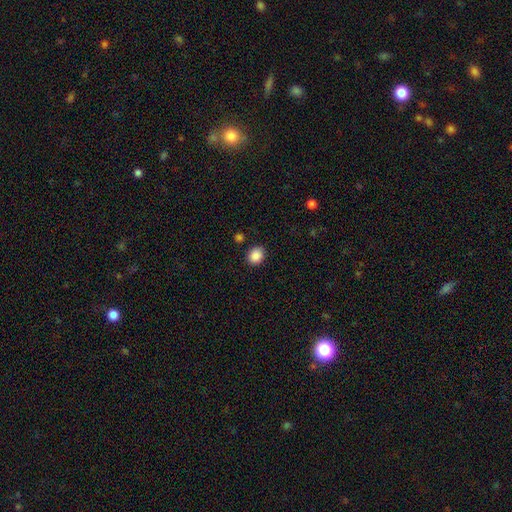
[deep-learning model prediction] Q: Smooth or featured?
A: smooth (88%); runner-up: star or artifact (9%)
Q: How rounded?
A: round (57%); runner-up: in between (42%)
Q: Merging?
A: none (86%); runner-up: minor disturbance (9%)